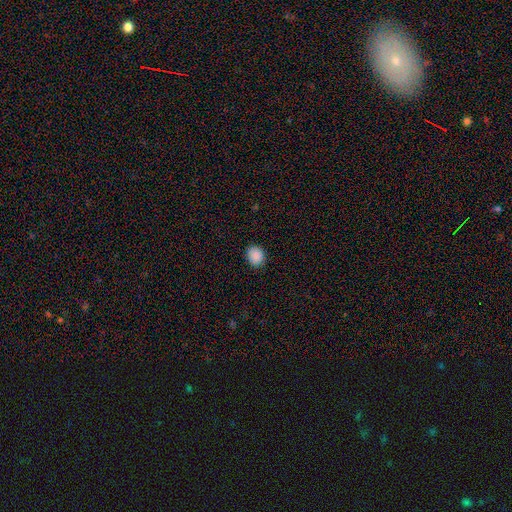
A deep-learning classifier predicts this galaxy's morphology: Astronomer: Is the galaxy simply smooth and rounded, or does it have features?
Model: smooth — 89%.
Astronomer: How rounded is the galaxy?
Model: round — 60% (runner-up: in between, 39%).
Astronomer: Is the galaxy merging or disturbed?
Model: none — 87%.